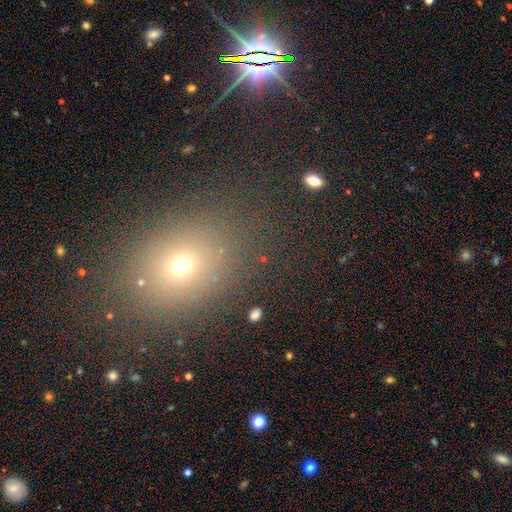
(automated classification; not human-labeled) This is possibly a smooth galaxy (53%). How rounded: possibly in between (51%). Merging: clearly none (85%).